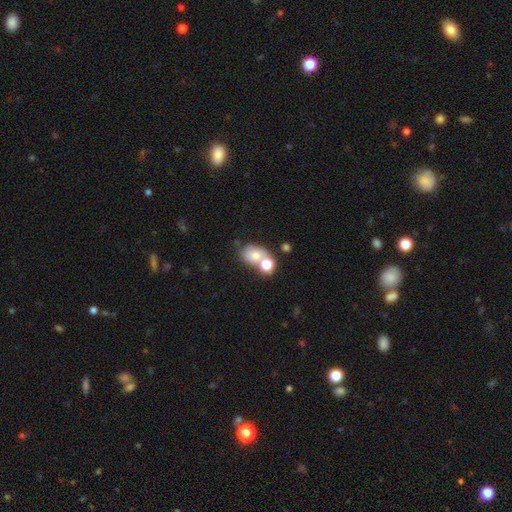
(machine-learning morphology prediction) Smooth or featured: smooth — 72% (featured or disk — 16%)
How rounded: in between — 63% (round — 36%)
Merging: merger — 46% (none — 34%)